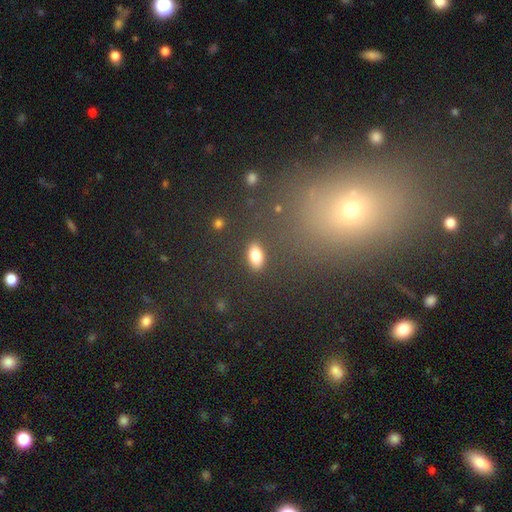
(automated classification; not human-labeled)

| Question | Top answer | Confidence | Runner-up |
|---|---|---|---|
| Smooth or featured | smooth | 82% | star or artifact (10%) |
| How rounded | in between | 88% | round (7%) |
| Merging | none | 86% | minor disturbance (9%) |